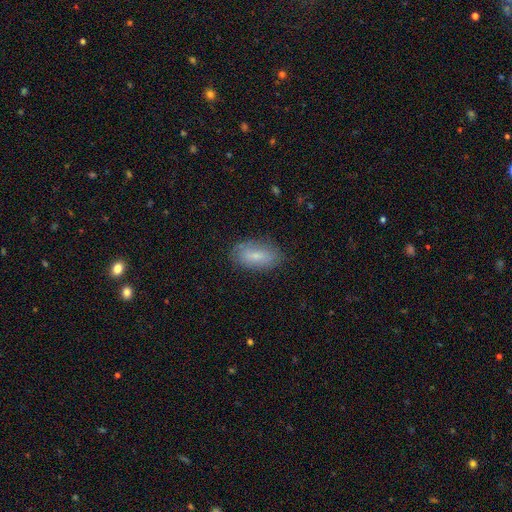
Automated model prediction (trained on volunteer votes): A smooth galaxy with no disk features (73%) that is in between round and cigar-shaped (90%). Merging: none (80%).